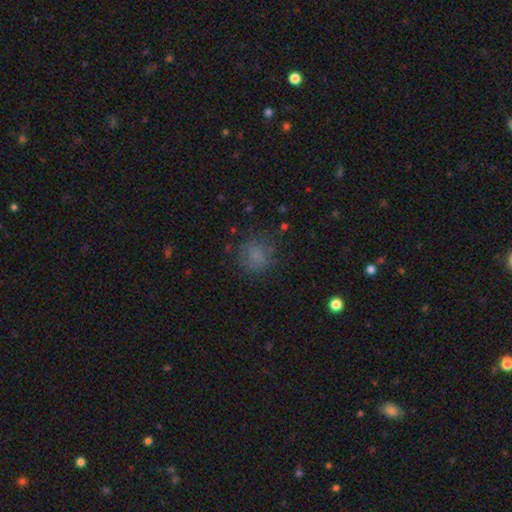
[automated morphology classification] The model was most divided on "merging": none: 72%, minor disturbance: 17%, major disturbance: 9%, merger: 2%. More confident: how rounded — round (77%); smooth or featured — smooth (73%).